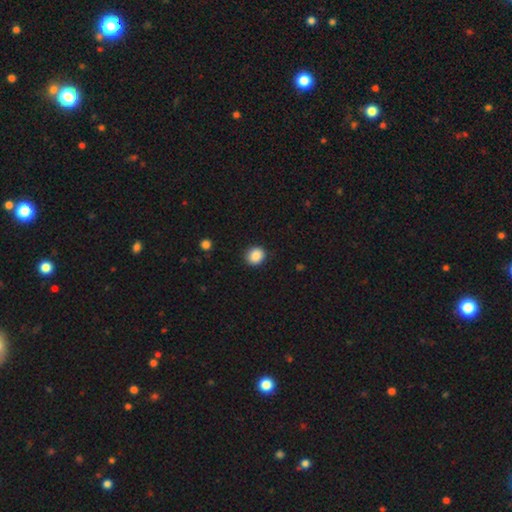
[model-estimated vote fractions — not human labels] Smooth or featured? smooth (88%)
How rounded? round (78%)
Merging? none (90%)